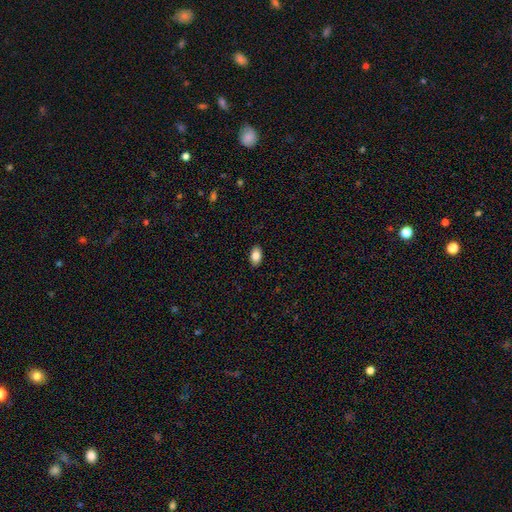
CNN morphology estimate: Smooth or featured? Predicted: smooth (p=0.85). How rounded? Predicted: in between (p=0.91). Merging? Predicted: none (p=0.89).